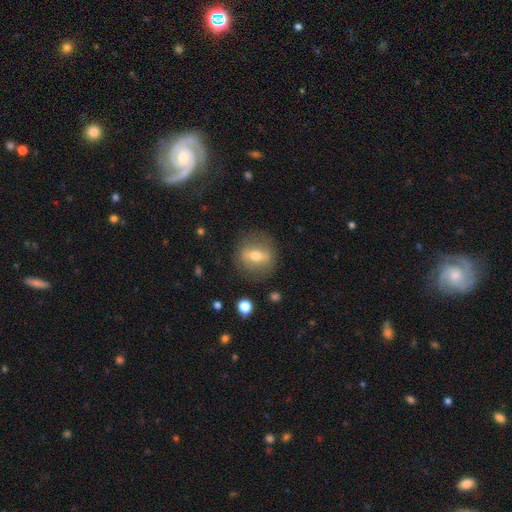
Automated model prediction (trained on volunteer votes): Smooth or featured?
  - featured or disk: 48% *
  - smooth: 43%
  - star or artifact: 9%
Merging?
  - none: 83% *
  - minor disturbance: 11%
  - major disturbance: 5%
  - merger: 1%